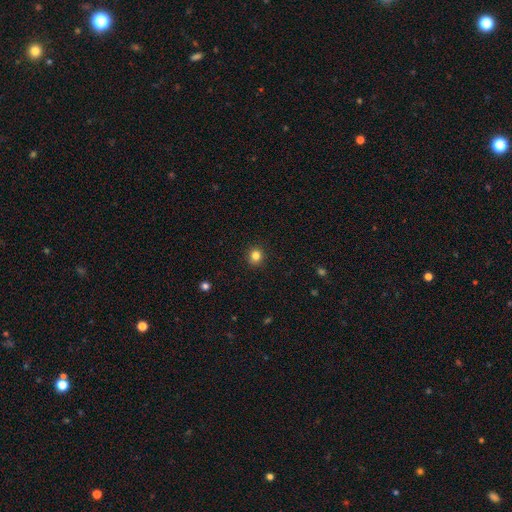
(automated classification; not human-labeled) Smooth or featured: smooth — 83% (star or artifact — 12%)
How rounded: round — 88% (in between — 11%)
Merging: none — 92% (minor disturbance — 6%)